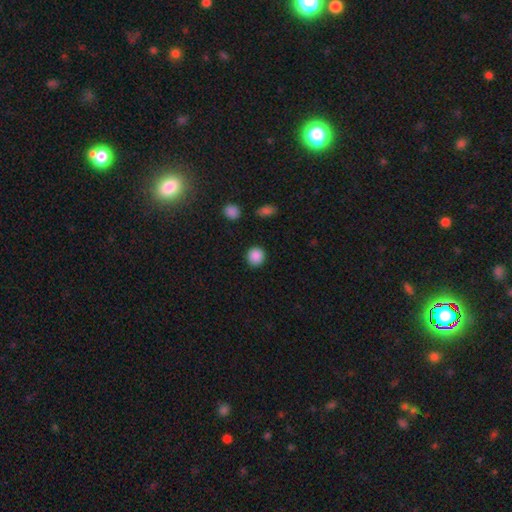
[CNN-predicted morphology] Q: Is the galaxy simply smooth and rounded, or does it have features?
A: smooth — 88%.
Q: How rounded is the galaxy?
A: round — 91%.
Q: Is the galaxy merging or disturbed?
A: none — 90%.